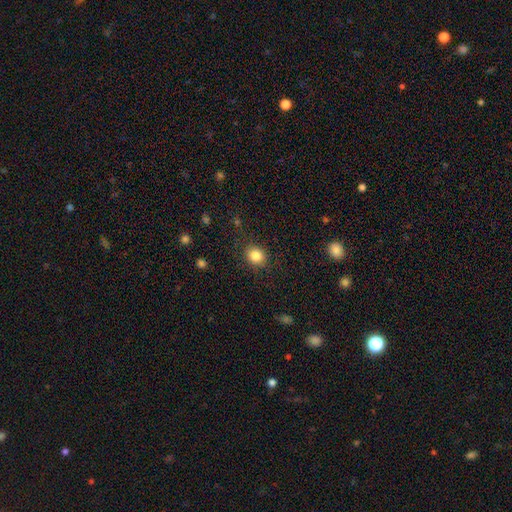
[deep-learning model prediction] This appears to be a smooth galaxy with no disk features (84%) that is round (64%). Merging: none (85%).